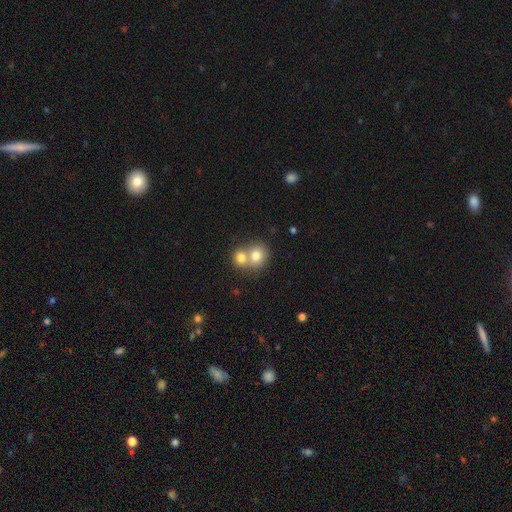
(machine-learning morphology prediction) Smooth or featured? Predicted: smooth (p=0.75). How rounded? Predicted: round (p=0.73). Merging? Predicted: merger (p=0.65).